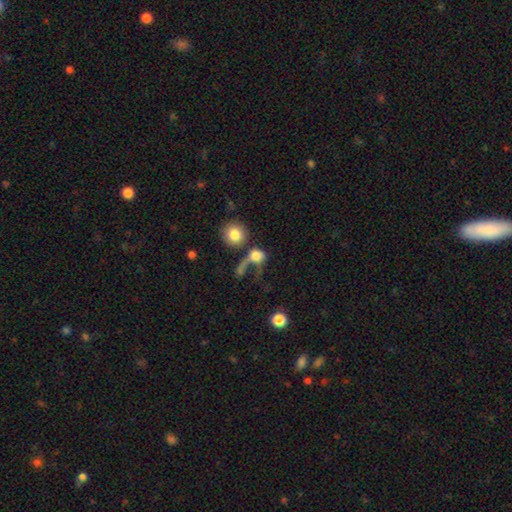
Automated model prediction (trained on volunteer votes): smooth-or-featured: smooth: 67% | featured or disk: 22% | star or artifact: 11%
  how-rounded: round: 62% | in between: 34% | cigar-shaped: 3%
  merging: major disturbance: 35% | merger: 32% | none: 23% | minor disturbance: 10%